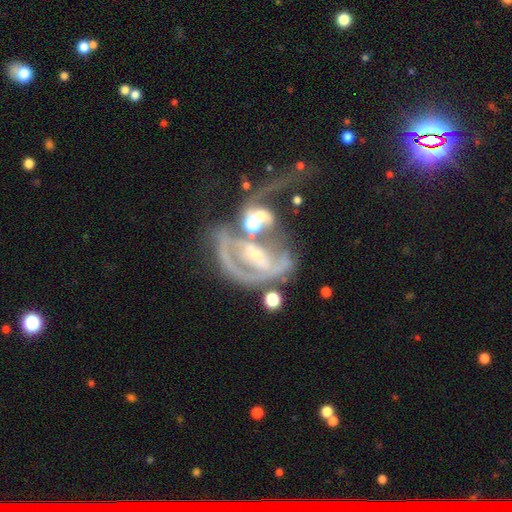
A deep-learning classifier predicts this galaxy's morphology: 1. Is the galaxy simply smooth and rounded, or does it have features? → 75% featured or disk, 13% smooth, 12% star or artifact.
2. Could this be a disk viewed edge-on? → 96% no, 4% yes.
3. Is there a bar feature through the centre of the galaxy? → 43% no, 29% strong, 29% weak.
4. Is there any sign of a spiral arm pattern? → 61% yes, 39% no.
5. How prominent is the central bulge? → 38% small, 35% moderate, 17% none, 6% large, 3% dominant.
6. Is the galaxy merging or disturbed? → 36% major disturbance, 35% merger, 18% none, 11% minor disturbance.